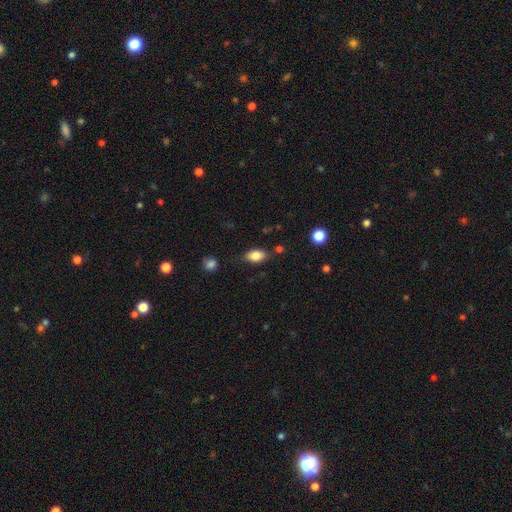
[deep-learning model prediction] smooth_or_featured: smooth (p=0.83) [alt: featured or disk p=0.09]
how_rounded: in between (p=0.88) [alt: round p=0.10]
merging: none (p=0.78) [alt: minor disturbance p=0.15]